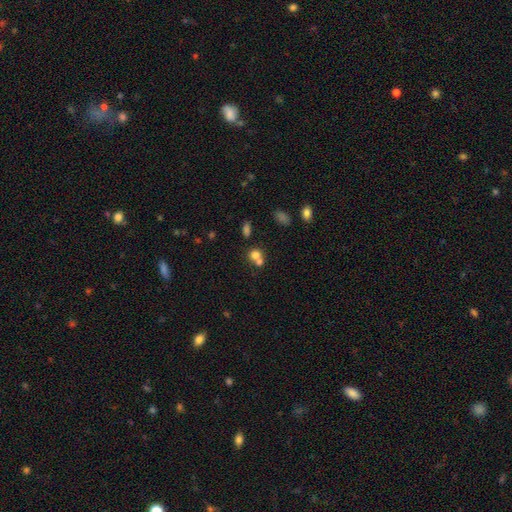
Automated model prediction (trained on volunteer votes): Smooth or featured?
  - smooth: 73% *
  - featured or disk: 14%
  - star or artifact: 13%
How rounded?
  - round: 70% *
  - in between: 29%
  - cigar-shaped: 1%
Merging?
  - merger: 58% *
  - none: 33%
  - minor disturbance: 6%
  - major disturbance: 3%